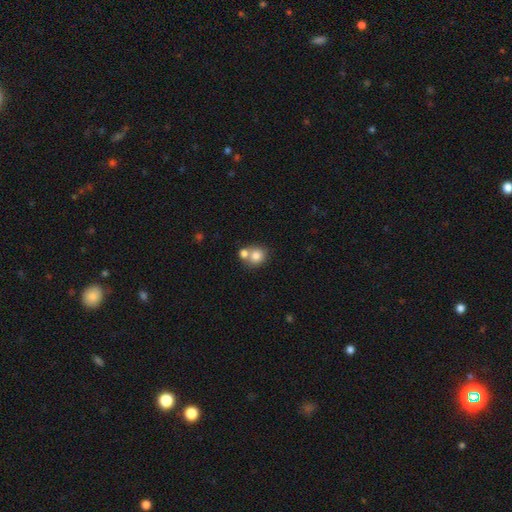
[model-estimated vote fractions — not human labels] A smooth galaxy with no disk features (79%) that is round (80%).

Vote fractions:
- Smooth or featured? smooth: 79% / featured or disk: 11% / star or artifact: 10%
- How rounded? round: 80% / in between: 19% / cigar-shaped: 1%
- Merging? none: 47% / merger: 42% / minor disturbance: 8% / major disturbance: 3%